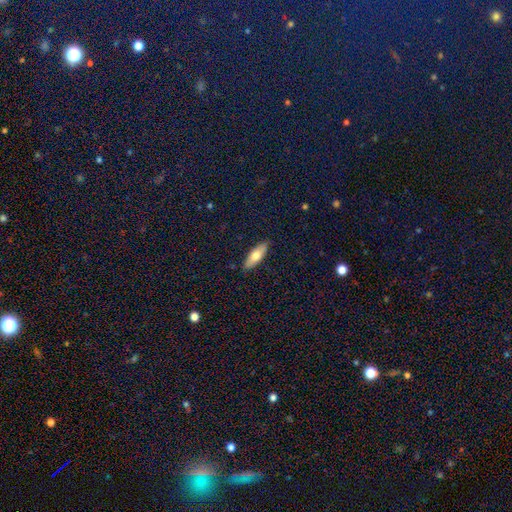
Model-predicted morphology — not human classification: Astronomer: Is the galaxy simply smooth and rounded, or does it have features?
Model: smooth — 68%.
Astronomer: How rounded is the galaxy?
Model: in between — 57% (runner-up: cigar-shaped, 41%).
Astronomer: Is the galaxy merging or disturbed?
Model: none — 89%.